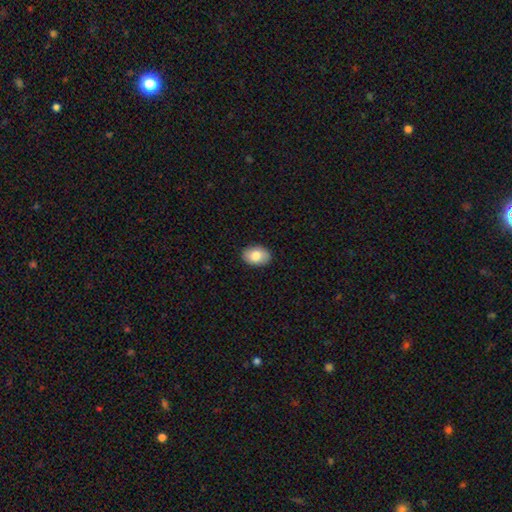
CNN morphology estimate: Smooth or featured? smooth (81%)
How rounded? in between (85%)
Merging? none (89%)